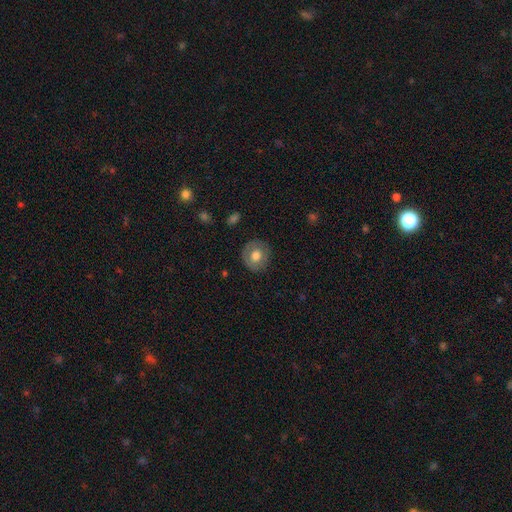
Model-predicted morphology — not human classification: The model was most divided on "smooth or featured": smooth: 66%, featured or disk: 27%, star or artifact: 7%. More confident: how rounded — round (87%); merging — none (84%).